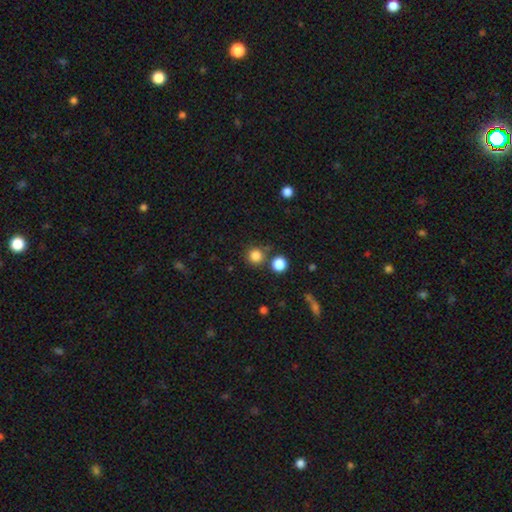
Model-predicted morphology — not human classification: Smooth or featured?
  - smooth: 83% *
  - star or artifact: 13%
  - featured or disk: 4%
How rounded?
  - round: 93% *
  - in between: 6%
  - cigar-shaped: 1%
Merging?
  - none: 78% *
  - merger: 12%
  - minor disturbance: 8%
  - major disturbance: 3%